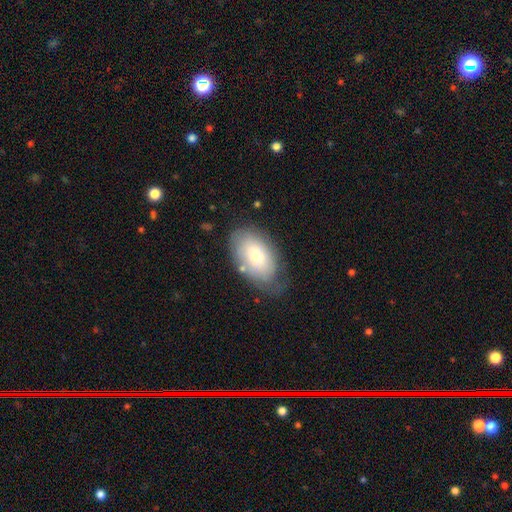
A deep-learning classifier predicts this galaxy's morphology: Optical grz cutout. It shows a smooth galaxy with no disk features (69%) that is in between round and cigar-shaped (93%). Merging: none (62%).